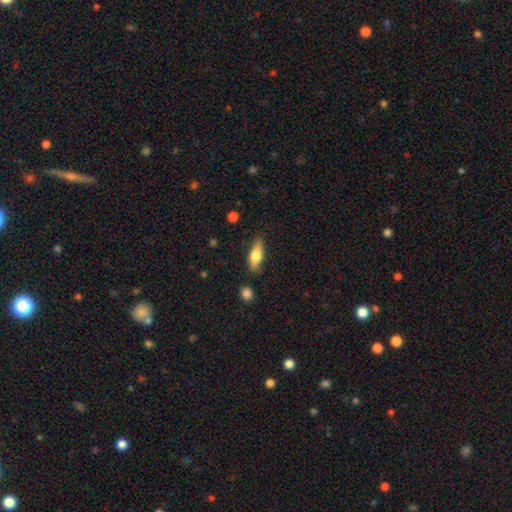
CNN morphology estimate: smooth-or-featured: smooth: 70% | featured or disk: 23% | star or artifact: 6%
  how-rounded: in between: 68% | cigar-shaped: 29% | round: 3%
  merging: none: 79% | minor disturbance: 15% | major disturbance: 3% | merger: 3%